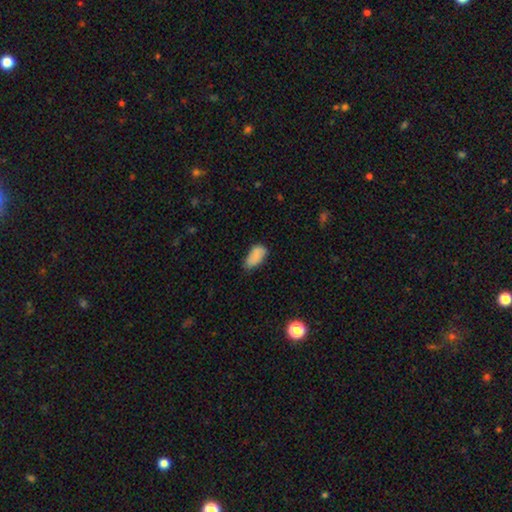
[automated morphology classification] Smooth or featured: smooth — 83% (featured or disk — 9%)
How rounded: in between — 92% (cigar-shaped — 5%)
Merging: none — 55% (minor disturbance — 35%)